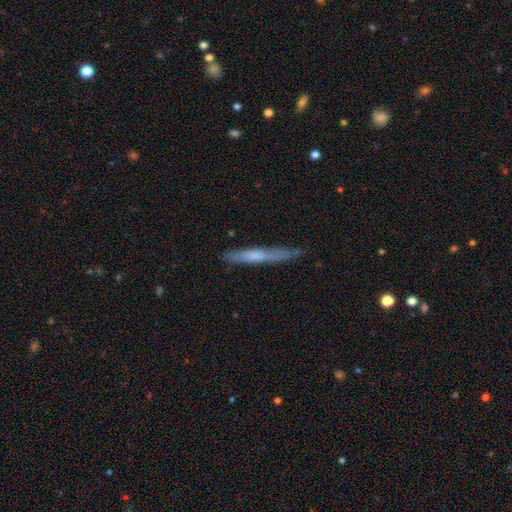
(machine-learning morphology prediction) A featured or disk galaxy (47%, tied with smooth). Merging: none (79%).